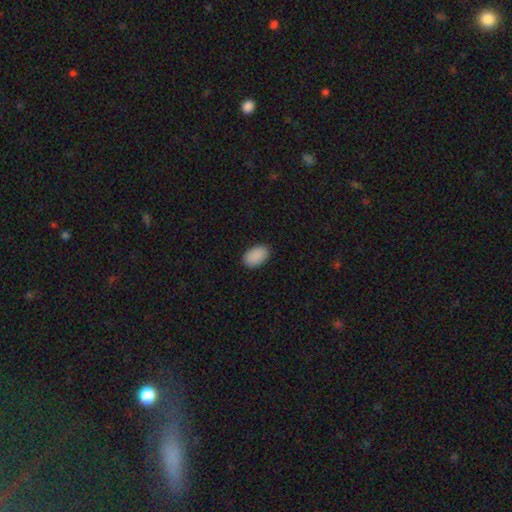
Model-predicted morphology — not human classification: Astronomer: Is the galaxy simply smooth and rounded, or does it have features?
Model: smooth — 91%.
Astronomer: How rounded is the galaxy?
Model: in between — 92%.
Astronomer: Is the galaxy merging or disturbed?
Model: none — 88%.